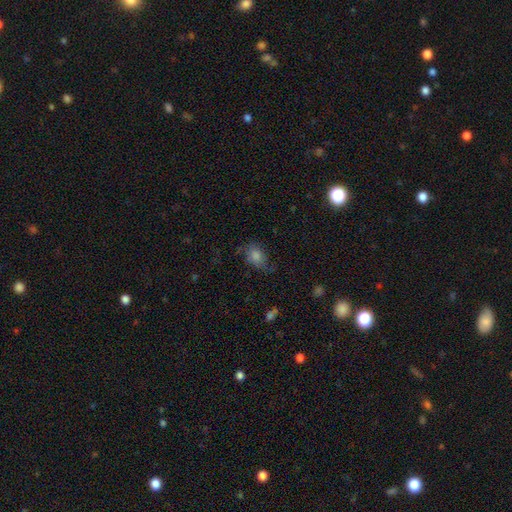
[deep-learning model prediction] smooth-or-featured: smooth: 60% | featured or disk: 22% | star or artifact: 18%
  how-rounded: in between: 65% | round: 33% | cigar-shaped: 2%
  merging: none: 58% | minor disturbance: 25% | major disturbance: 14% | merger: 2%